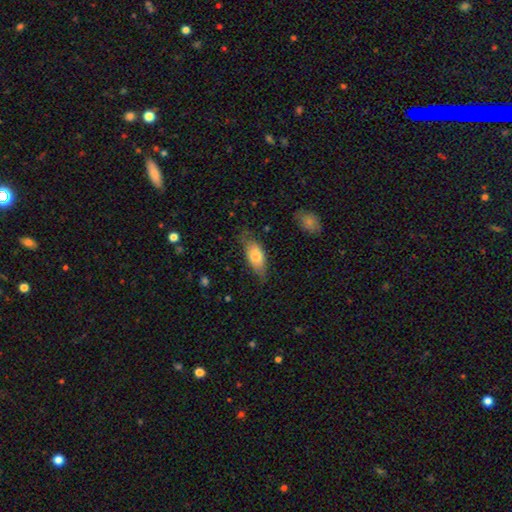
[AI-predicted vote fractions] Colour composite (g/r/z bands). It shows a smooth galaxy with no disk features (73%) that is in between round and cigar-shaped (82%). Merging: none (62%).